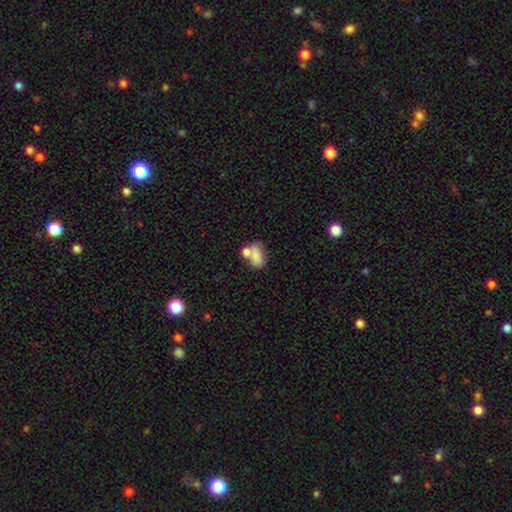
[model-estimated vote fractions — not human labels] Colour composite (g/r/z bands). It shows a smooth galaxy with no disk features (73%) that is in between round and cigar-shaped (81%). Merging: merger (45%).